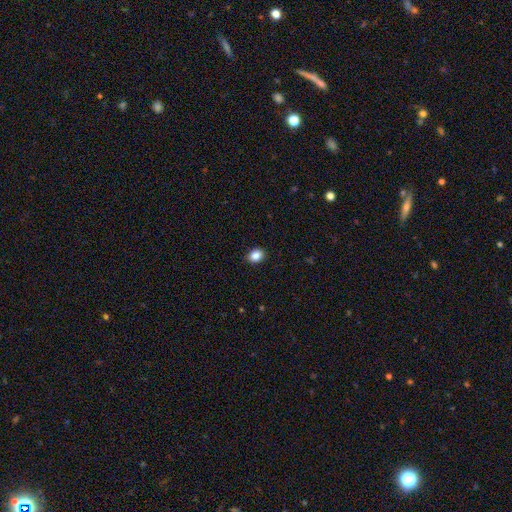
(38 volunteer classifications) This appears to be a smooth galaxy with no disk features (89%) that is in between round and cigar-shaped (59%). Merging: none (89%).